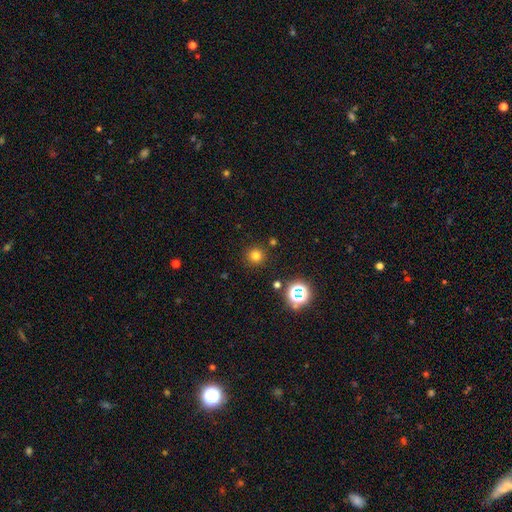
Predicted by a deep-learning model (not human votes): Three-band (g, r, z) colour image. It shows a smooth galaxy with no disk features (73%) that is round (95%). Merging: none (88%).